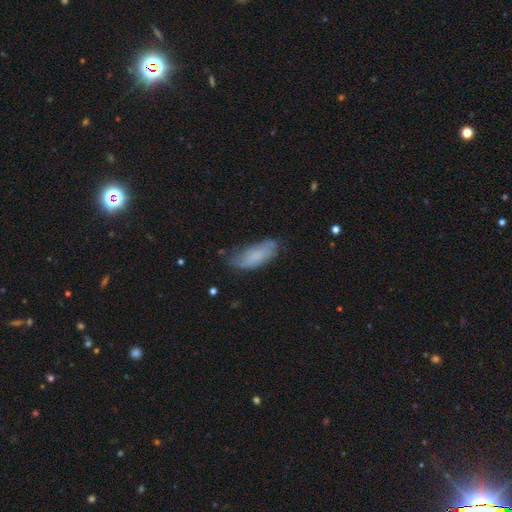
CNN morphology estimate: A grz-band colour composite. It shows a smooth galaxy with no disk features (69%) that is in between round and cigar-shaped (80%). Merging: none (59%).